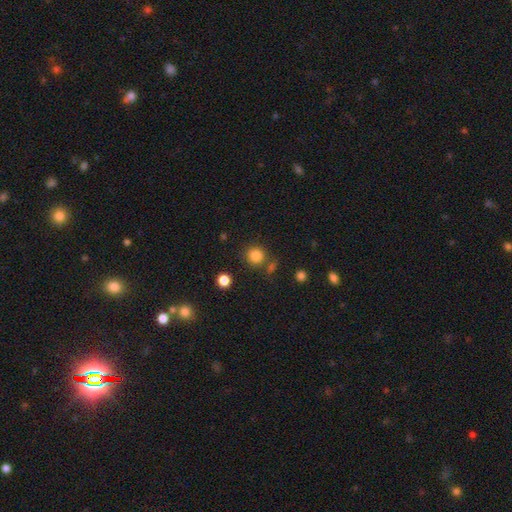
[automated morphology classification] The model was most divided on "merging": none: 79%, merger: 9%, minor disturbance: 9%, major disturbance: 3%. More confident: how rounded — round (92%); smooth or featured — smooth (83%).